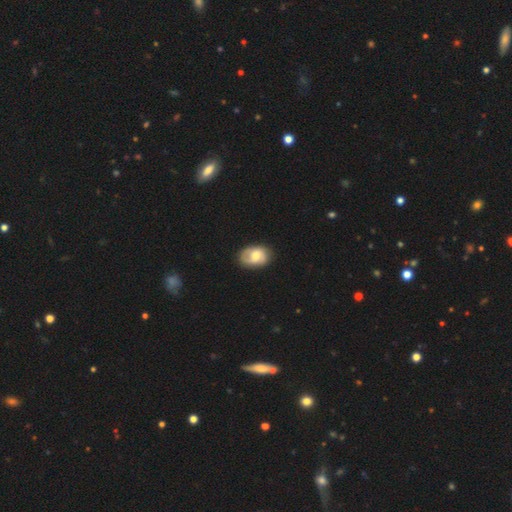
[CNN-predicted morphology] Smooth or featured: smooth — 49% (featured or disk — 45%)
Merging: none — 77% (minor disturbance — 17%)